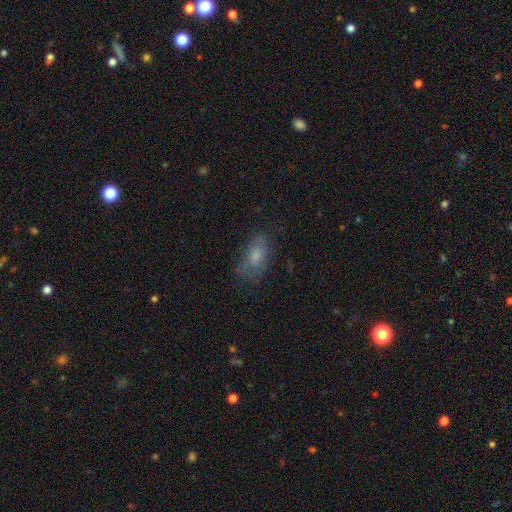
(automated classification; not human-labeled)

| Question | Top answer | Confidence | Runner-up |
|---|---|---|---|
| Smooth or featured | smooth | 71% | featured or disk (19%) |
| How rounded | in between | 86% | round (7%) |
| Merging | none | 61% | minor disturbance (25%) |